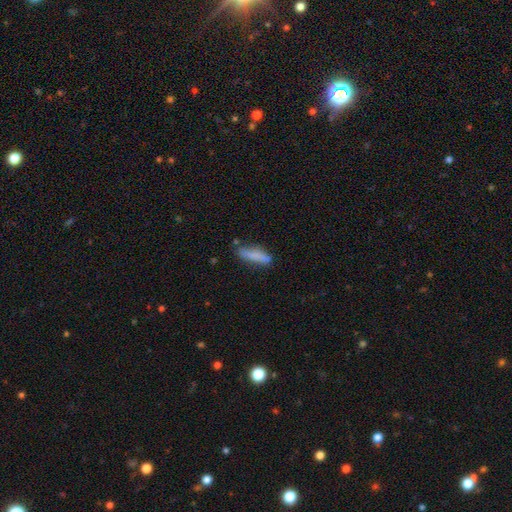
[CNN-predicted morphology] A smooth galaxy with no disk features (76%) that is cigar-shaped (77%).

Vote fractions:
- Smooth or featured? smooth: 76% / featured or disk: 17% / star or artifact: 7%
- How rounded? cigar-shaped: 77% / in between: 21% / round: 2%
- Merging? none: 71% / minor disturbance: 19% / merger: 5% / major disturbance: 5%